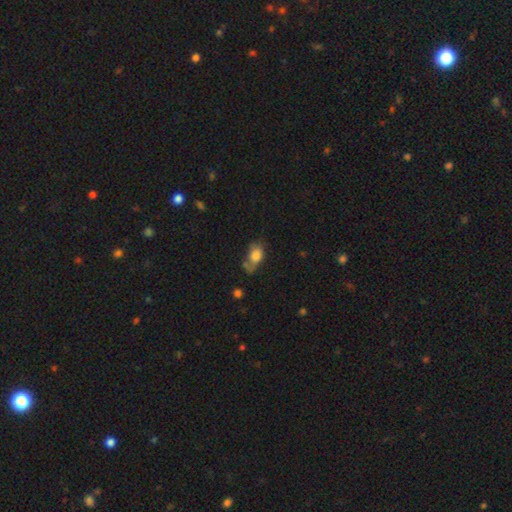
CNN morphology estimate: smooth 74%, featured or disk 17%, star or artifact 9%. Down the decision tree: how rounded — in between (79%); merging — none (38%).